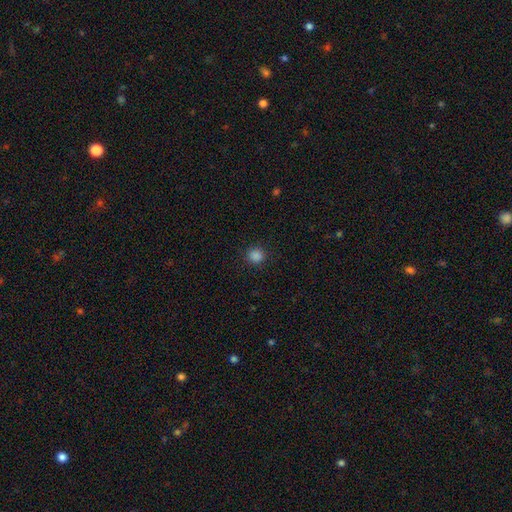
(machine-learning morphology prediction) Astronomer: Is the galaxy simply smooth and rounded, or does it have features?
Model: smooth — 85%.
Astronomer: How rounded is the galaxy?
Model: round — 89%.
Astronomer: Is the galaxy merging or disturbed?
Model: none — 90%.